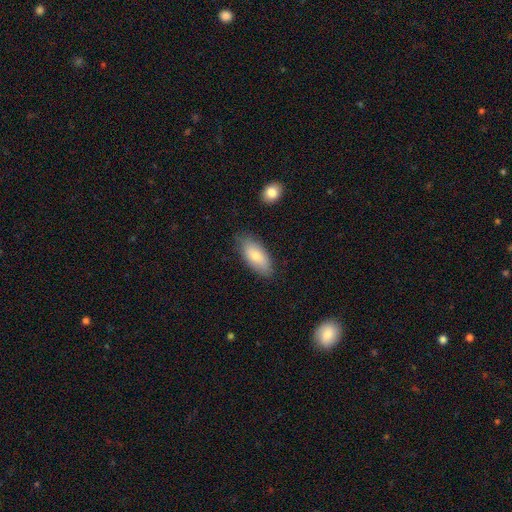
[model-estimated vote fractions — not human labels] smooth_or_featured: smooth (p=0.77) [alt: featured or disk p=0.17]
how_rounded: in between (p=0.88) [alt: cigar-shaped p=0.09]
merging: none (p=0.80) [alt: minor disturbance p=0.15]